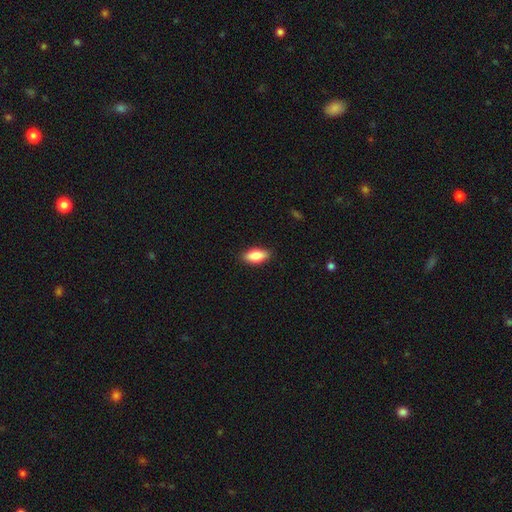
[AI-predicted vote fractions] A smooth galaxy with no disk features (82%) that is in between round and cigar-shaped (87%).

Vote fractions:
- Smooth or featured? smooth: 82% / featured or disk: 11% / star or artifact: 6%
- How rounded? in between: 87% / cigar-shaped: 10% / round: 3%
- Merging? none: 88% / minor disturbance: 9% / major disturbance: 2% / merger: 1%